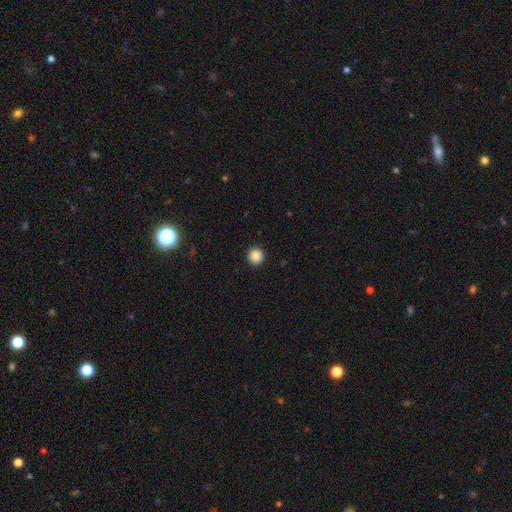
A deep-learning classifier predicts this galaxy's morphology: smooth_or_featured: smooth (p=0.88) [alt: star or artifact p=0.10]
how_rounded: round (p=0.94) [alt: in between p=0.05]
merging: none (p=0.93) [alt: minor disturbance p=0.05]